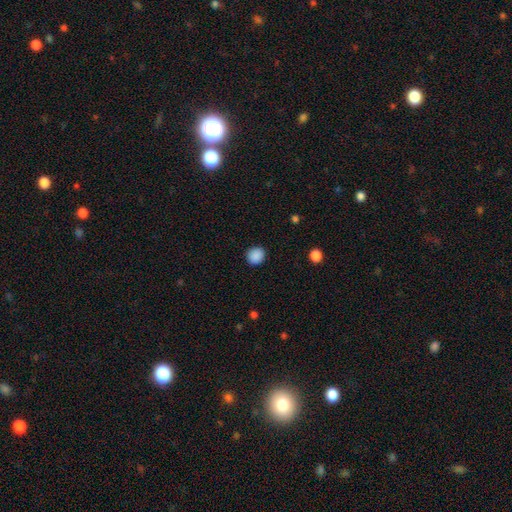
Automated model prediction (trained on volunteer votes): smooth 89%, star or artifact 9%, featured or disk 2%. Down the decision tree: how rounded — round (84%); merging — none (90%).